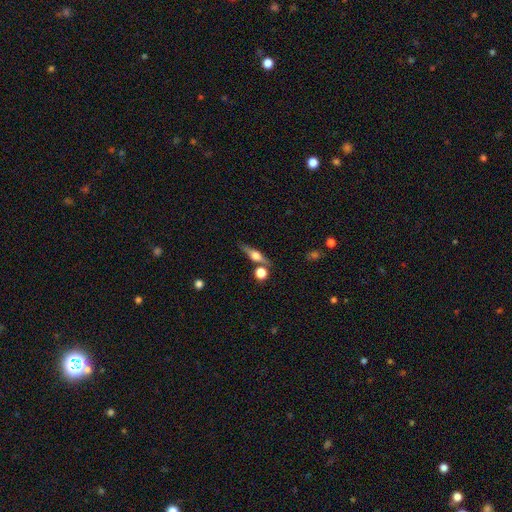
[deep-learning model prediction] Q: Smooth or featured?
A: featured or disk (66%); runner-up: smooth (26%)
Q: Edge-on disk?
A: yes (95%); runner-up: no (5%)
Q: Edge-on bulge?
A: rounded (92%); runner-up: boxy (6%)
Q: Merging?
A: none (76%); runner-up: minor disturbance (11%)